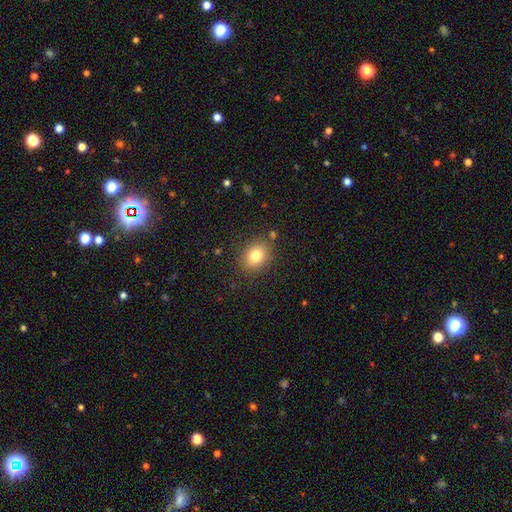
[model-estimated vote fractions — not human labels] Smooth or featured?
  - smooth: 80% *
  - star or artifact: 11%
  - featured or disk: 9%
How rounded?
  - round: 50% *
  - in between: 49%
  - cigar-shaped: 1%
Merging?
  - none: 84% *
  - minor disturbance: 10%
  - major disturbance: 3%
  - merger: 2%